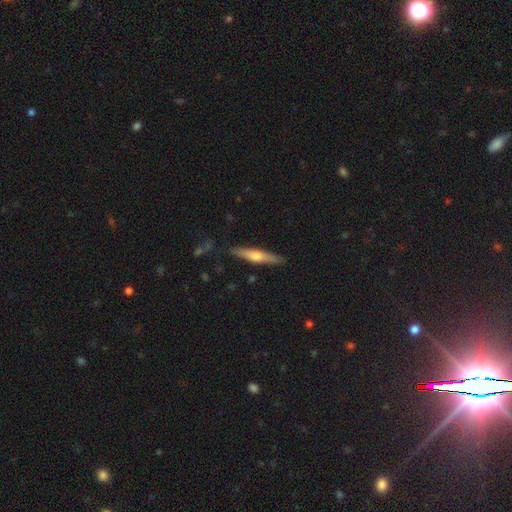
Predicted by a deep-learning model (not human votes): smooth-or-featured: featured or disk: 51% | smooth: 43% | star or artifact: 6%
  disk-edge-on: yes: 95% | no: 5%
  merging: none: 87% | minor disturbance: 9% | major disturbance: 2% | merger: 2%